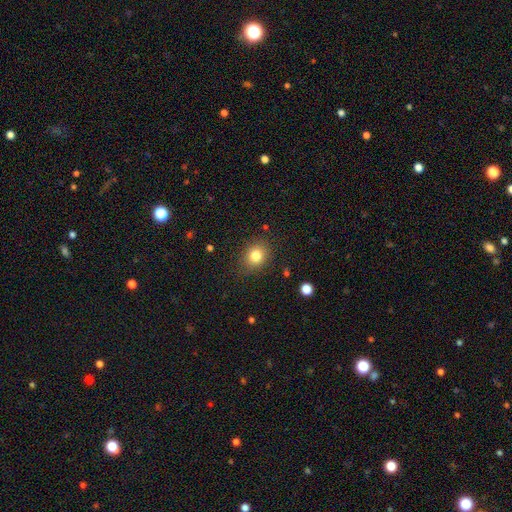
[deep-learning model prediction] smooth 81%, star or artifact 11%, featured or disk 8%. Down the decision tree: how rounded — round (63%); merging — none (84%).